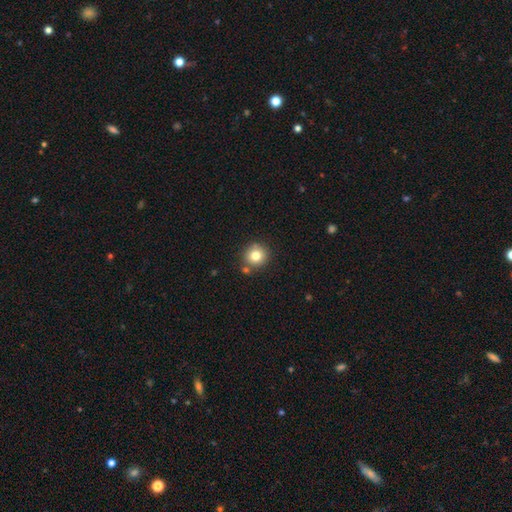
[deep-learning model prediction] The model was most divided on "merging": none: 78%, merger: 10%, minor disturbance: 10%, major disturbance: 3%. More confident: how rounded — round (92%); smooth or featured — smooth (79%).